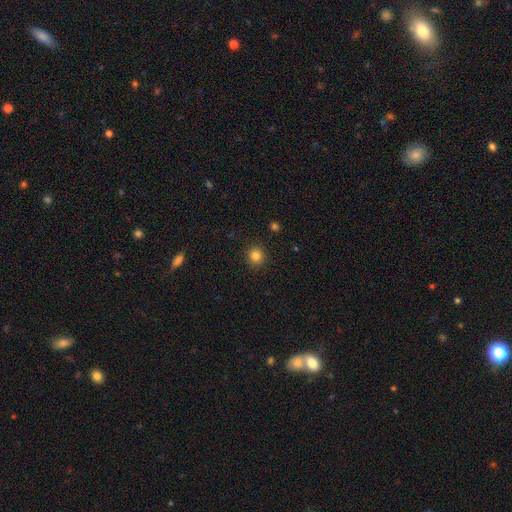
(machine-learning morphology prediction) A smooth galaxy with no disk features (83%) that is round (93%). Merging: none (91%).